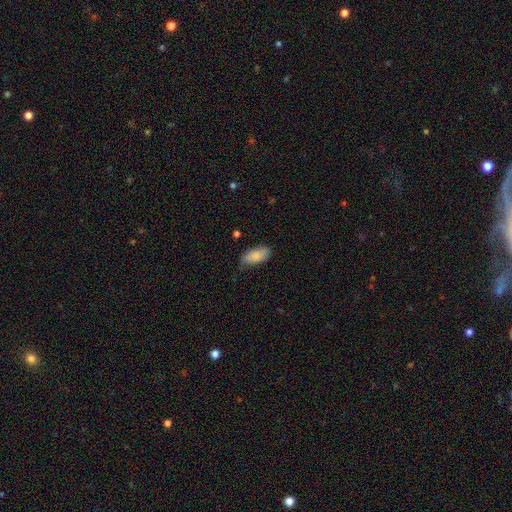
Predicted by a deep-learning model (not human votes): smooth_or_featured: smooth (p=0.85) [alt: featured or disk p=0.09]
how_rounded: in between (p=0.91) [alt: cigar-shaped p=0.07]
merging: none (p=0.69) [alt: minor disturbance p=0.25]